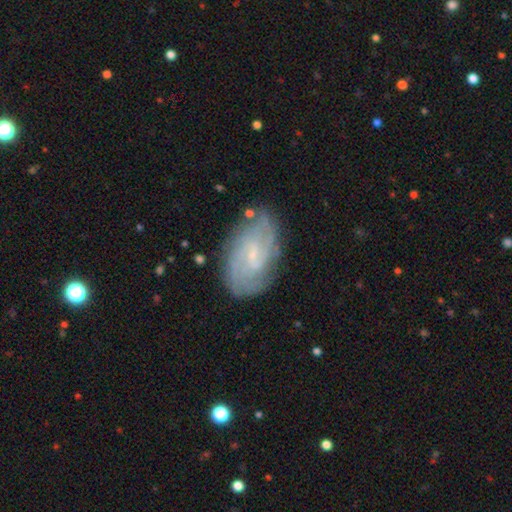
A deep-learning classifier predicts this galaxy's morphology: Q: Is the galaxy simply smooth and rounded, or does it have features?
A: featured or disk — 68%.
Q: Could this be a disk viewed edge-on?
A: no — 95%.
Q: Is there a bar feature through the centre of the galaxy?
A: weak — 49%.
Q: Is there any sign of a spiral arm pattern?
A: yes — 88%.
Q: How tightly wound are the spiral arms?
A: tight — 52%.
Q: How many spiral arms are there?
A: can't tell — 42%.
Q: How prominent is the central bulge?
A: small — 71%.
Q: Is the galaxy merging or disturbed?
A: none — 77%.